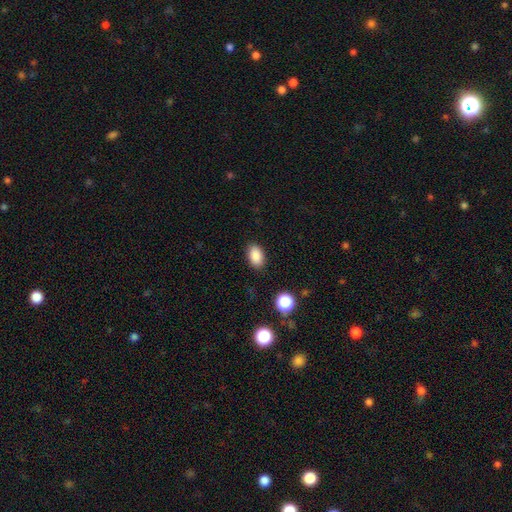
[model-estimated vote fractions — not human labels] Smooth or featured?
  - smooth: 87% *
  - star or artifact: 9%
  - featured or disk: 4%
How rounded?
  - in between: 89% *
  - round: 10%
  - cigar-shaped: 1%
Merging?
  - none: 87% *
  - minor disturbance: 9%
  - major disturbance: 2%
  - merger: 1%